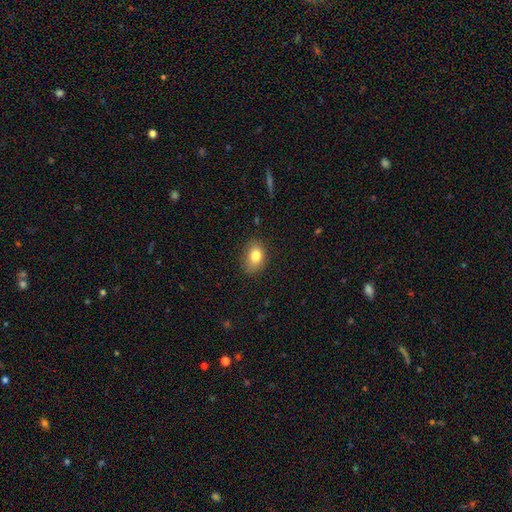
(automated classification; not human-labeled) This is clearly a smooth galaxy (80%). How rounded: likely in between (78%). Merging: likely none (79%).